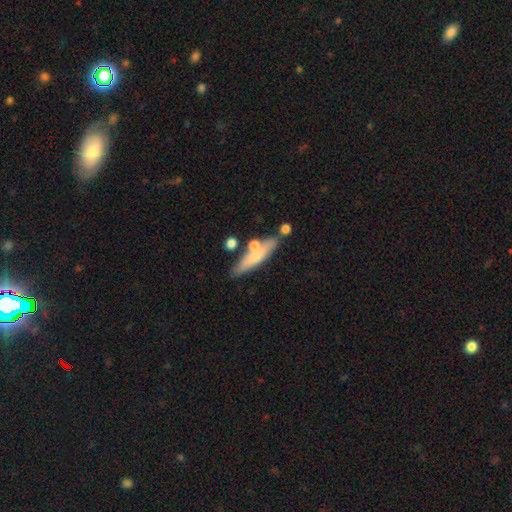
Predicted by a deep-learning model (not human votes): Smooth or featured?
  - smooth: 58% *
  - featured or disk: 35%
  - star or artifact: 7%
How rounded?
  - cigar-shaped: 75% *
  - in between: 22%
  - round: 3%
Merging?
  - none: 66% *
  - merger: 15%
  - minor disturbance: 15%
  - major disturbance: 4%